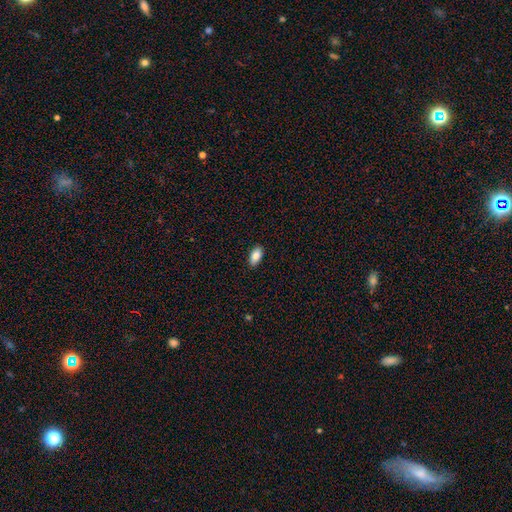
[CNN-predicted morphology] Smooth or featured? Predicted: smooth (p=0.84). How rounded? Predicted: in between (p=0.92). Merging? Predicted: none (p=0.89).